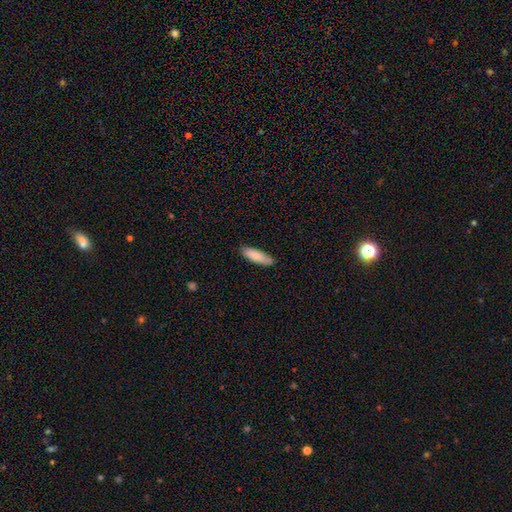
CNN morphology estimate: smooth-or-featured: smooth: 85% | featured or disk: 10% | star or artifact: 5%
  how-rounded: cigar-shaped: 55% | in between: 43% | round: 1%
  merging: none: 85% | minor disturbance: 12% | major disturbance: 2% | merger: 1%